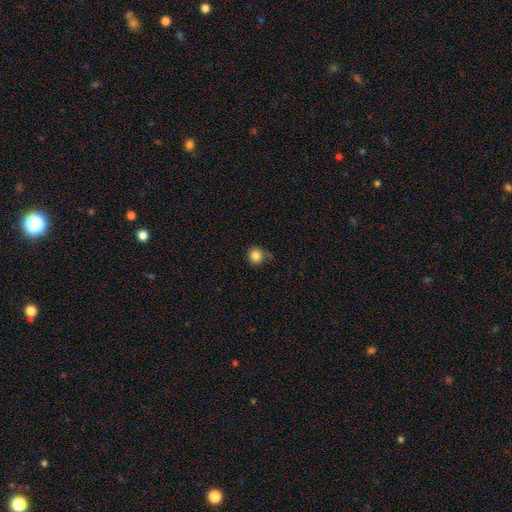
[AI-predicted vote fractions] Morphology: type=smooth (84%); roundness=round (91%); merging=none (74%).